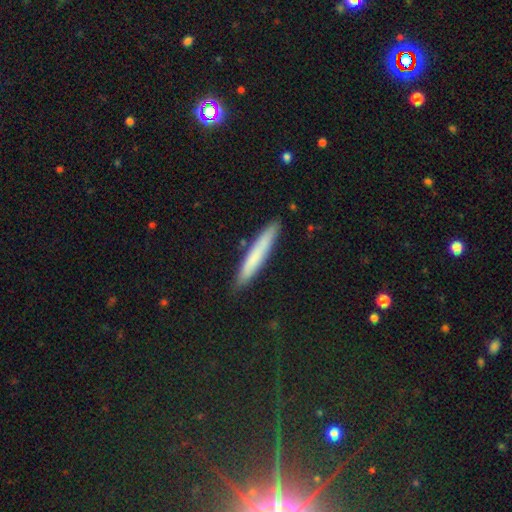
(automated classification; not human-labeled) Overall: smooth (72%). How rounded: cigar-shaped (94%). Merging: none (88%).